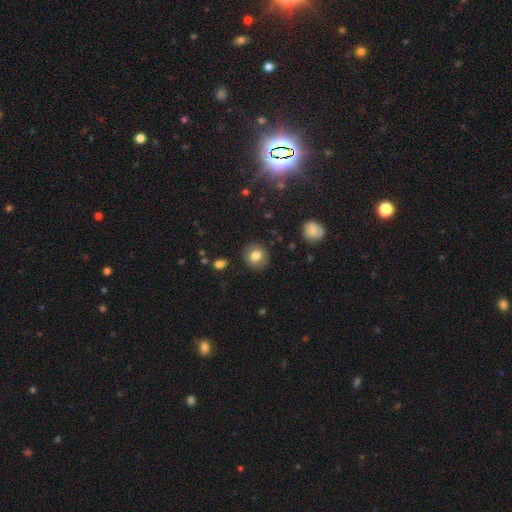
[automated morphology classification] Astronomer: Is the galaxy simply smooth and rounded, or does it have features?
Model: smooth — 77%.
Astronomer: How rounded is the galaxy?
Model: round — 85%.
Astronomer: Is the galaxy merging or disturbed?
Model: none — 87%.